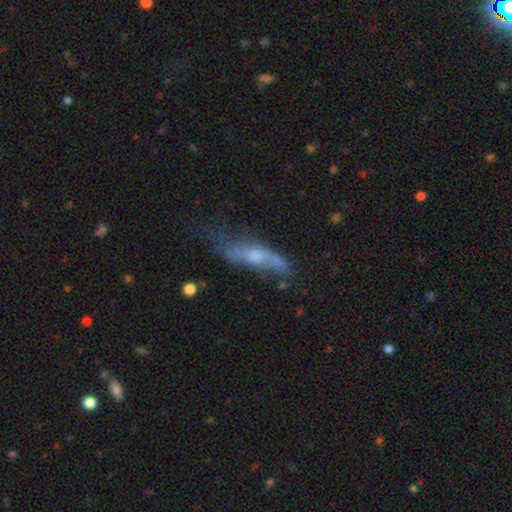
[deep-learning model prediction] Morphology: type=featured or disk (59%); edge-on=no (58%); merging=none (41%).